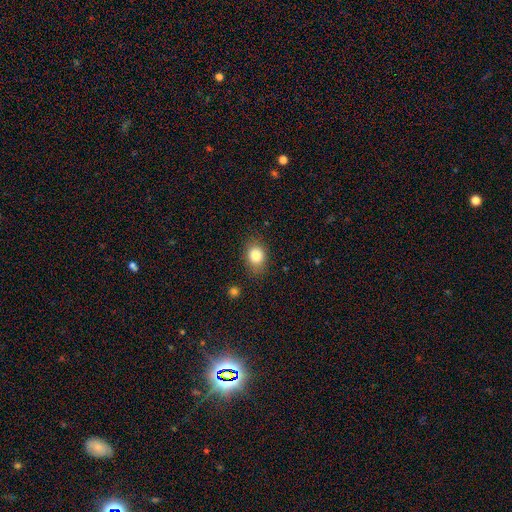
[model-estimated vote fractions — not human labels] A smooth galaxy with no disk features (82%) that is in between round and cigar-shaped (56%).

Vote fractions:
- Smooth or featured? smooth: 82% / star or artifact: 10% / featured or disk: 8%
- How rounded? in between: 56% / round: 43% / cigar-shaped: 1%
- Merging? none: 79% / minor disturbance: 15% / major disturbance: 4% / merger: 2%